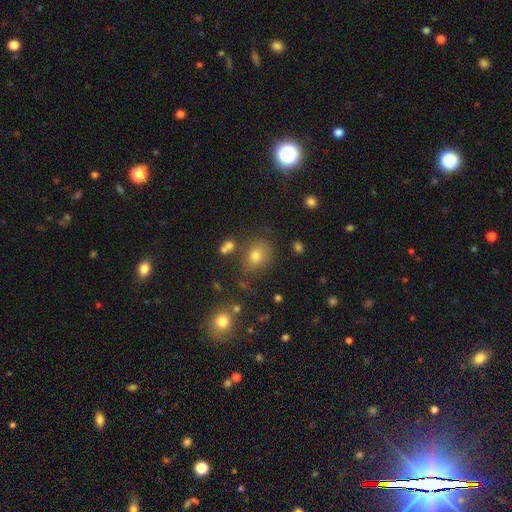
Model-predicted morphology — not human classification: type=smooth (72%); roundness=in between (51%); merging=none (74%).